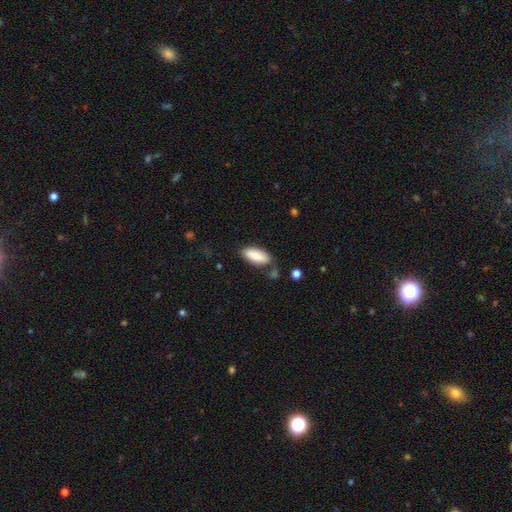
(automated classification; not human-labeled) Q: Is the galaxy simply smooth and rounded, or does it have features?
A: smooth — 81%.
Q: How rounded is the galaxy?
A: in between — 87%.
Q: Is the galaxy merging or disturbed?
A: none — 69%.